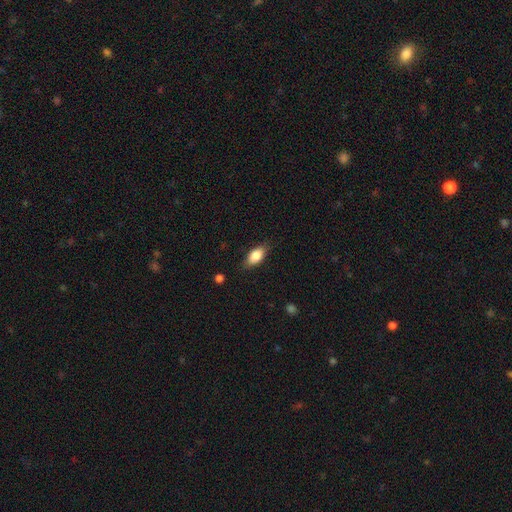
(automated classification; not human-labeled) The model was most divided on "merging": none: 81%, minor disturbance: 15%, major disturbance: 3%, merger: 1%. More confident: how rounded — in between (88%); smooth or featured — smooth (82%).